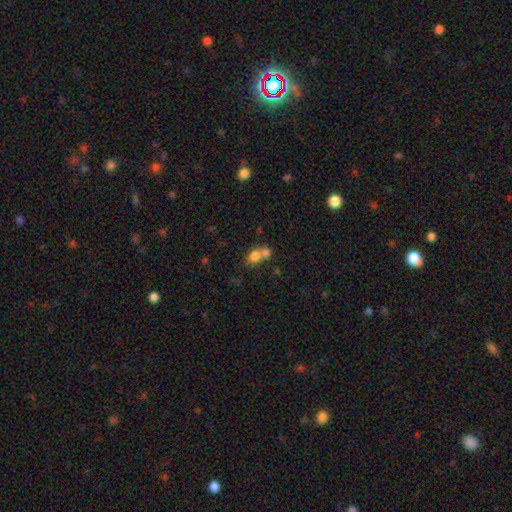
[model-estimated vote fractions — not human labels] Morphology: type=smooth (76%); roundness=round (50%); merging=merger (61%).